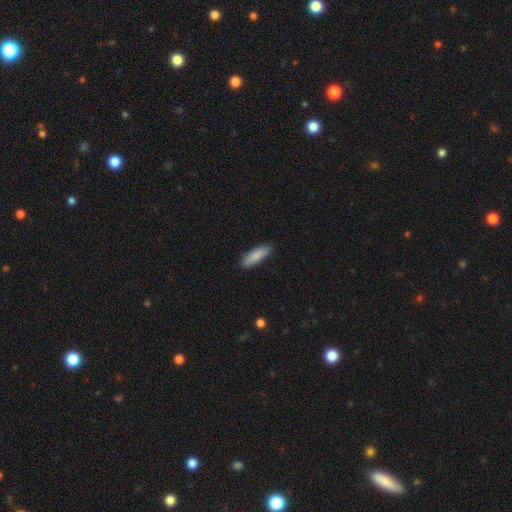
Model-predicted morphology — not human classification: smooth_or_featured: smooth (p=0.87) [alt: featured or disk p=0.07]
how_rounded: in between (p=0.50) [alt: cigar-shaped p=0.48]
merging: none (p=0.87) [alt: minor disturbance p=0.10]